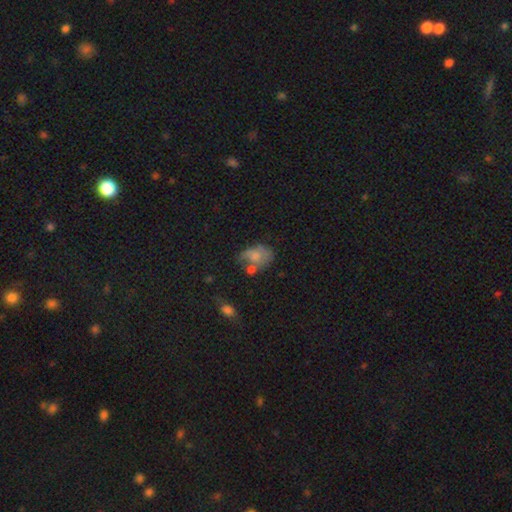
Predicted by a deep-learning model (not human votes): Overall: smooth (53%; featured or disk 36%). How rounded: in between (76%). Merging: none (31%; minor disturbance 26%).